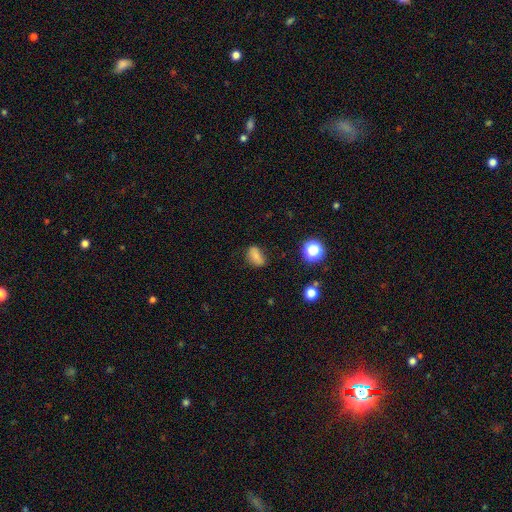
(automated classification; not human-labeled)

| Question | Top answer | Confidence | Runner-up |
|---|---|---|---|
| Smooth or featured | smooth | 74% | star or artifact (15%) |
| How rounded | in between | 80% | round (17%) |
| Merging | none | 69% | minor disturbance (22%) |